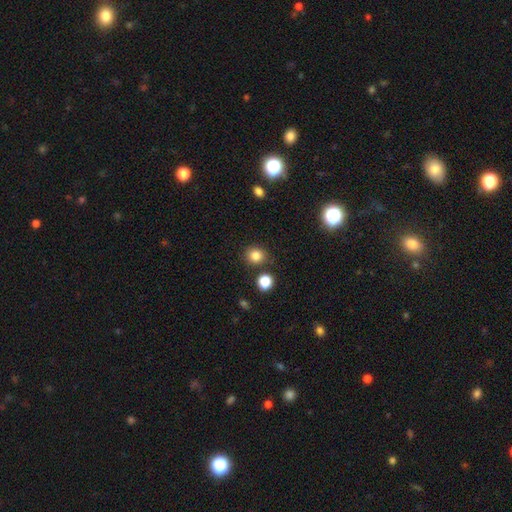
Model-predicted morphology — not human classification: A smooth galaxy with no disk features (82%) that is round (82%). Merging: none (82%).